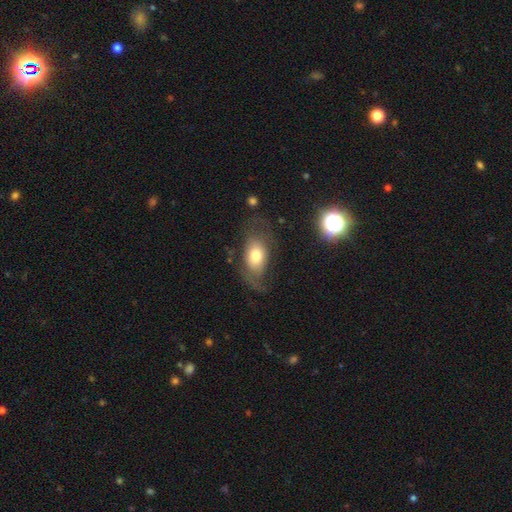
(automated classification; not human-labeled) Smooth or featured? smooth (58%)
How rounded? in between (86%)
Merging? none (52%)